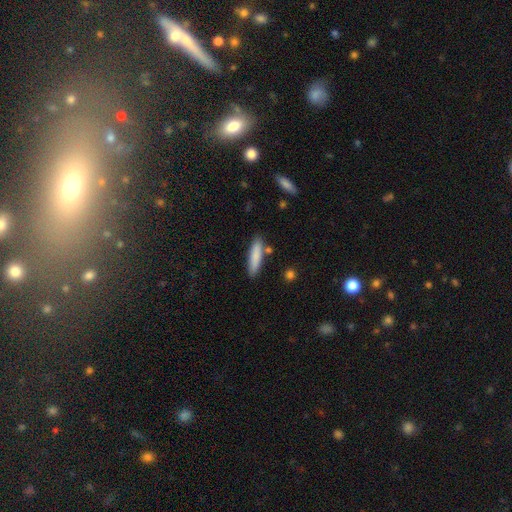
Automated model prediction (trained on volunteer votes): smooth-or-featured: smooth: 83% | featured or disk: 11% | star or artifact: 6%
  how-rounded: cigar-shaped: 77% | in between: 22% | round: 2%
  merging: none: 81% | minor disturbance: 11% | merger: 6% | major disturbance: 2%